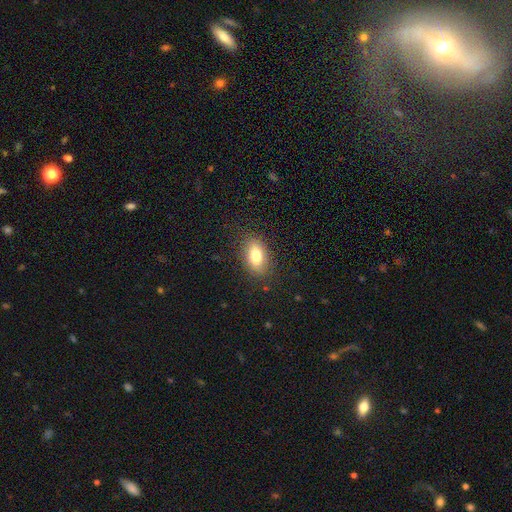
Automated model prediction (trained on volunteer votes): smooth 76%, featured or disk 16%, star or artifact 8%. Down the decision tree: how rounded — in between (86%); merging — none (85%).